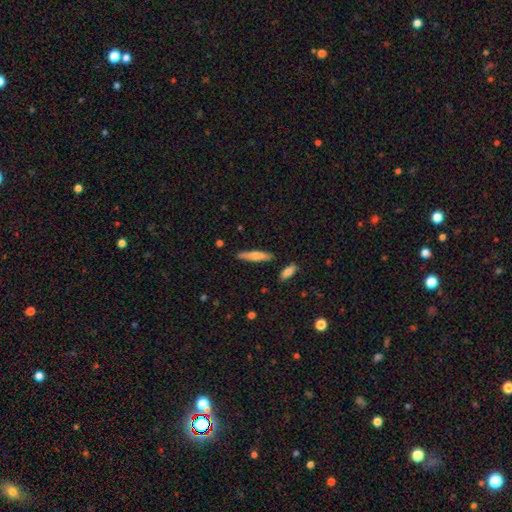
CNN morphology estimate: This is likely a smooth galaxy (67%). How rounded: clearly cigar-shaped (85%). Merging: clearly none (82%).